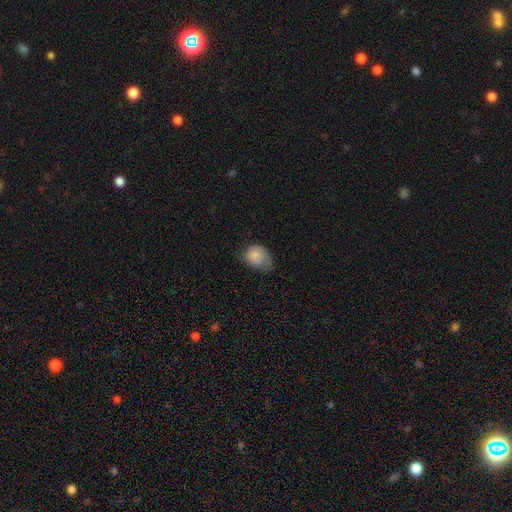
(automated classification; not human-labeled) Q: Smooth or featured?
A: smooth (81%); runner-up: featured or disk (11%)
Q: How rounded?
A: round (53%); runner-up: in between (46%)
Q: Merging?
A: minor disturbance (43%); runner-up: none (37%)